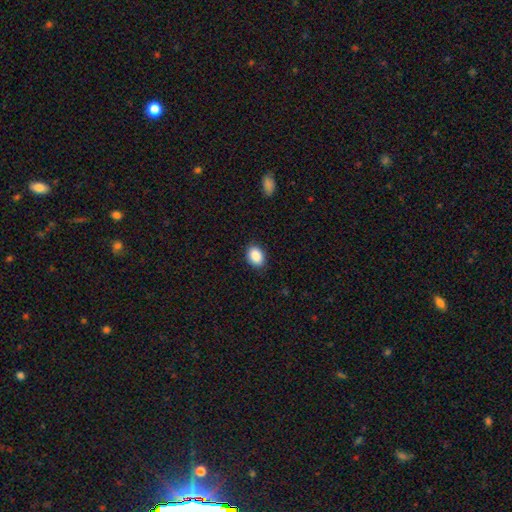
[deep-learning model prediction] smooth-or-featured: smooth: 89% | star or artifact: 8% | featured or disk: 3%
  how-rounded: in between: 76% | round: 23% | cigar-shaped: 1%
  merging: none: 87% | minor disturbance: 10% | major disturbance: 2% | merger: 1%